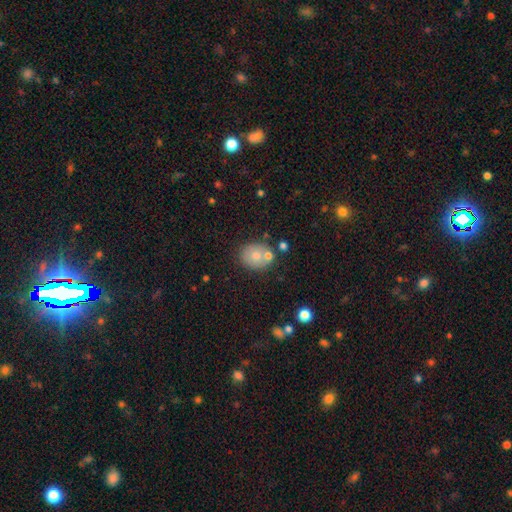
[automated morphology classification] The model was most divided on "how rounded": round: 67%, in between: 32%, cigar-shaped: 1%. More confident: smooth or featured — smooth (72%); merging — none (65%).